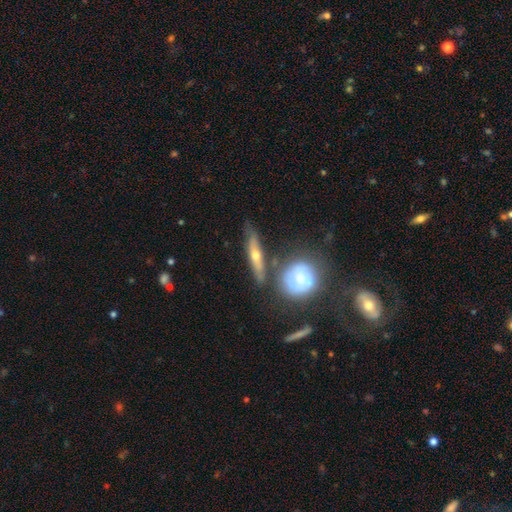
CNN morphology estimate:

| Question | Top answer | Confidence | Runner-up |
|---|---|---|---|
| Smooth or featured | featured or disk | 63% | smooth (29%) |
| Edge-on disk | yes | 81% | no (19%) |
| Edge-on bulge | rounded | 88% | none (8%) |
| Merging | none | 68% | minor disturbance (16%) |